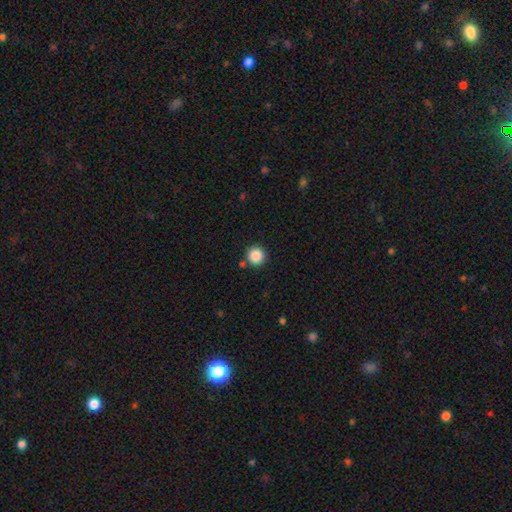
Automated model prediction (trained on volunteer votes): A smooth galaxy with no disk features (87%) that is round (95%).

Vote fractions:
- Smooth or featured? smooth: 87% / star or artifact: 10% / featured or disk: 3%
- How rounded? round: 95% / in between: 4% / cigar-shaped: 1%
- Merging? none: 86% / minor disturbance: 7% / merger: 5% / major disturbance: 2%